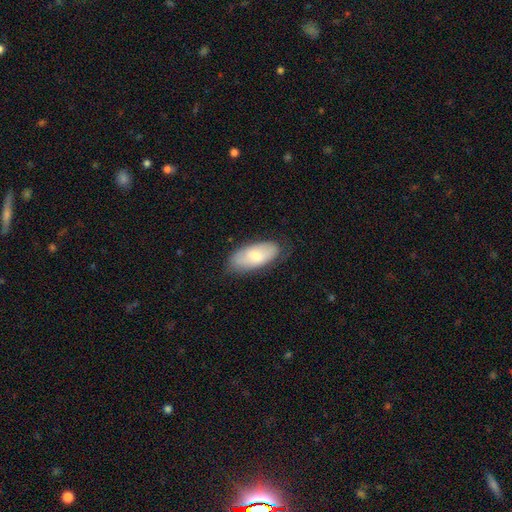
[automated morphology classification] smooth-or-featured: smooth: 72% | featured or disk: 22% | star or artifact: 6%
  how-rounded: in between: 91% | cigar-shaped: 6% | round: 2%
  merging: none: 74% | minor disturbance: 20% | major disturbance: 5% | merger: 1%